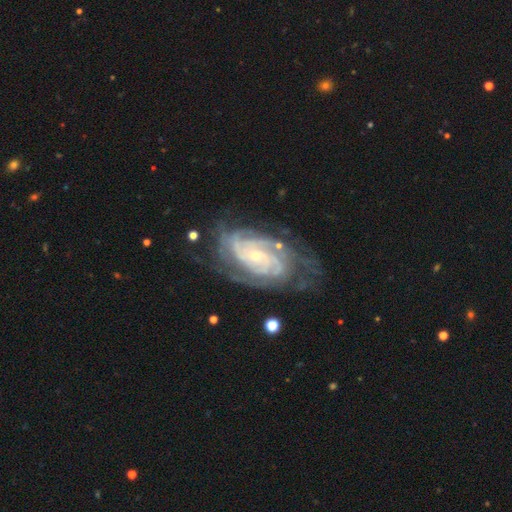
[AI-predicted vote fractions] Morphology: type=featured or disk (90%); edge-on=no (96%); bar=no (66%); spiral arms=yes (98%); winding=tight (73%); arm count=2 (21%, tied with 3, 4 and can't tell); bulge=small (73%); merging=none (69%).